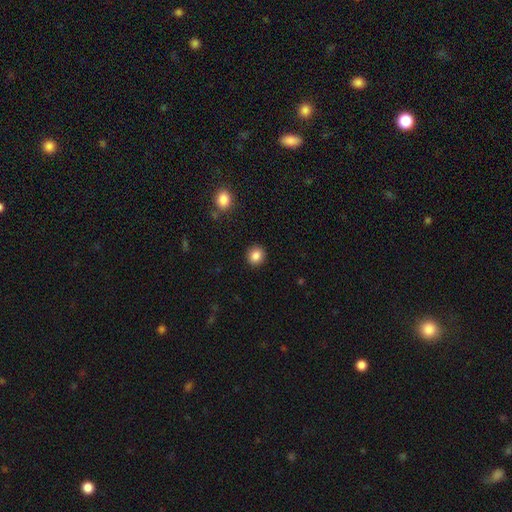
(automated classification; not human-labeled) Smooth or featured? Predicted: smooth (p=0.86). How rounded? Predicted: round (p=0.81). Merging? Predicted: none (p=0.91).